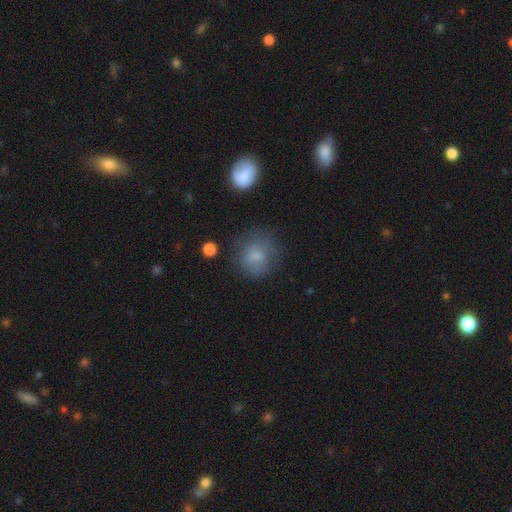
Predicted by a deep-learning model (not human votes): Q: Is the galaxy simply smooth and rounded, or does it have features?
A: smooth — 72%.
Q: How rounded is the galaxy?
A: round — 78%.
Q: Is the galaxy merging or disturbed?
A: none — 62%.